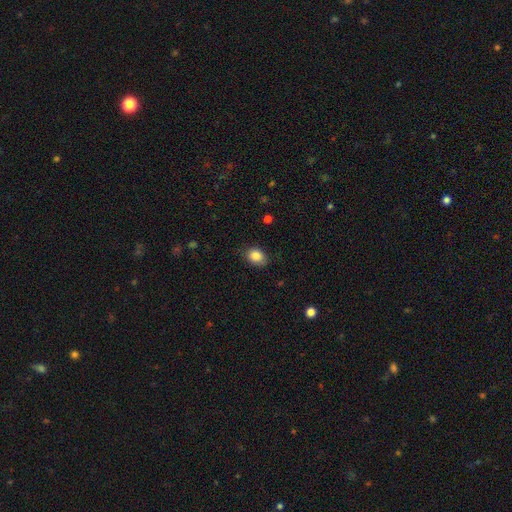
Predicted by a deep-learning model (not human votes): This is clearly a smooth galaxy (86%). How rounded: likely in between (68%). Merging: likely none (76%).